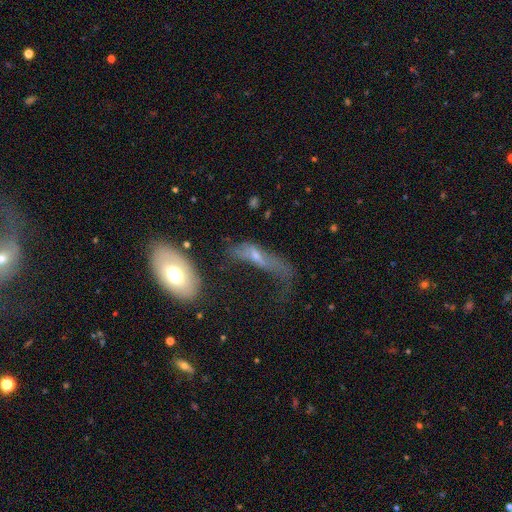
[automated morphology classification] Smooth or featured: featured or disk — 43% (smooth — 42%)
Merging: major disturbance — 54% (none — 20%)